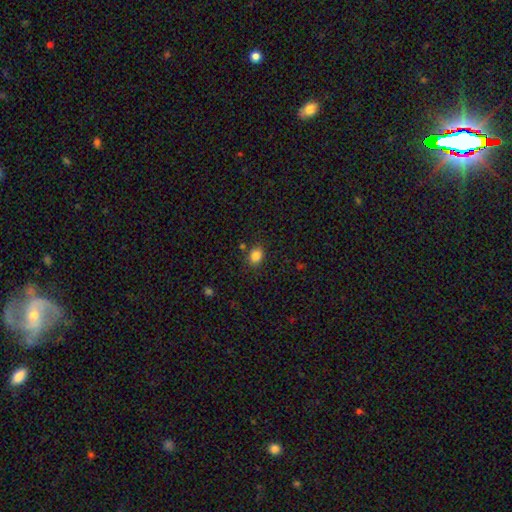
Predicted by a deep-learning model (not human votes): Smooth or featured? Predicted: smooth (p=0.84). How rounded? Predicted: in between (p=0.54). Merging? Predicted: none (p=0.82).